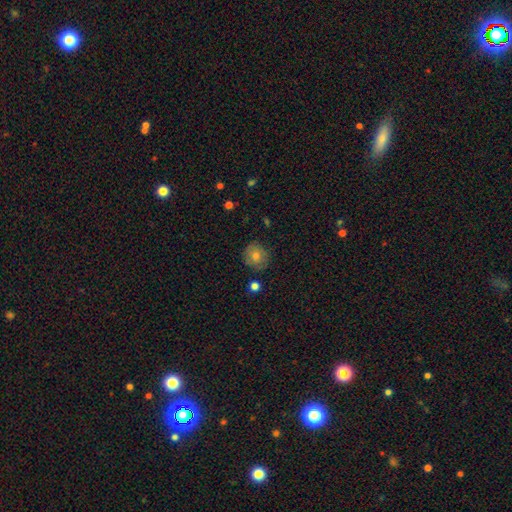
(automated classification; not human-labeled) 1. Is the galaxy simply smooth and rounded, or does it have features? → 70% smooth, 19% featured or disk, 11% star or artifact.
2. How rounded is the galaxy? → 91% round, 8% in between, 1% cigar-shaped.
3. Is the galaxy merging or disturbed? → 86% none, 10% minor disturbance, 2% major disturbance, 2% merger.